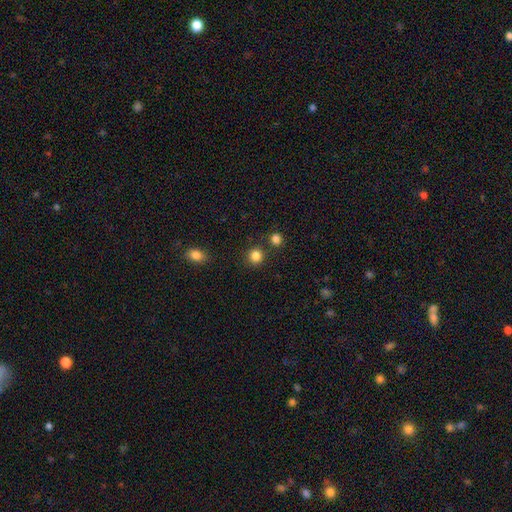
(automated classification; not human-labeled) Smooth or featured?
  - smooth: 85% *
  - star or artifact: 12%
  - featured or disk: 4%
How rounded?
  - round: 89% *
  - in between: 10%
  - cigar-shaped: 1%
Merging?
  - none: 84% *
  - minor disturbance: 7%
  - merger: 6%
  - major disturbance: 3%